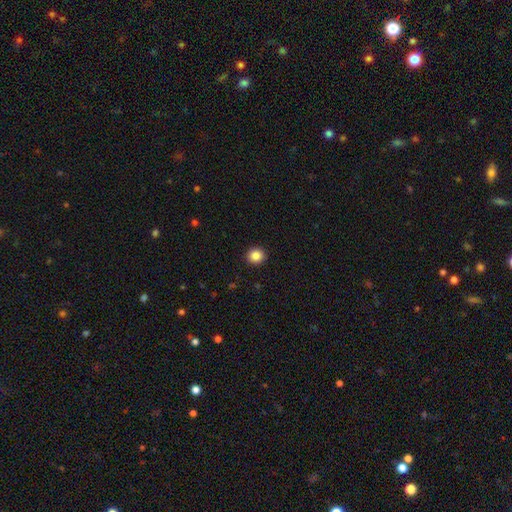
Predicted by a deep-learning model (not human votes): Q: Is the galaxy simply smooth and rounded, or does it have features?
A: smooth — 87%.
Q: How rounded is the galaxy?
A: round — 87%.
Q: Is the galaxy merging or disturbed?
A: none — 93%.